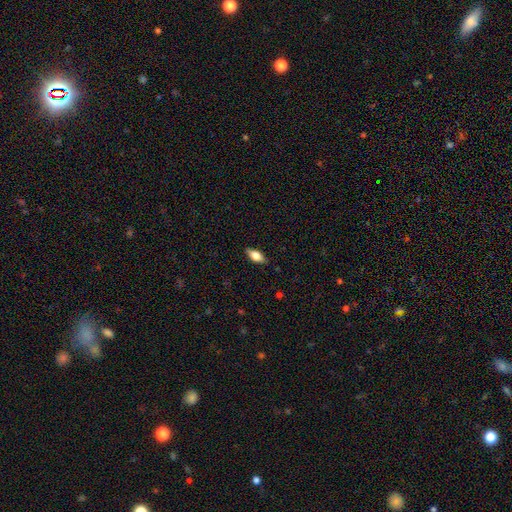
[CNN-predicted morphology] Smooth or featured: smooth — 73% (featured or disk — 20%)
How rounded: in between — 84% (cigar-shaped — 13%)
Merging: none — 86% (minor disturbance — 11%)